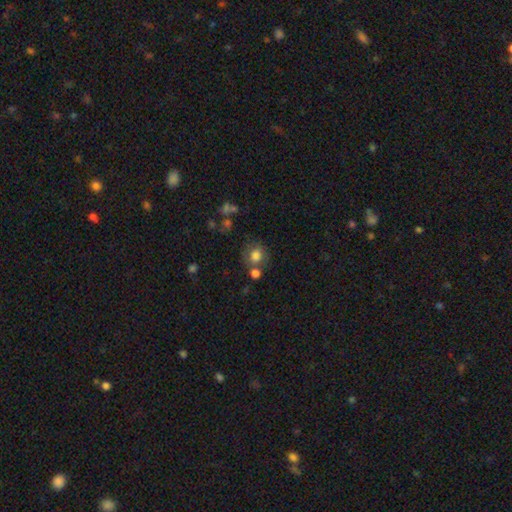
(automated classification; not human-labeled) Smooth or featured? Predicted: smooth (p=0.78). How rounded? Predicted: round (p=0.73). Merging? Predicted: none (p=0.60).